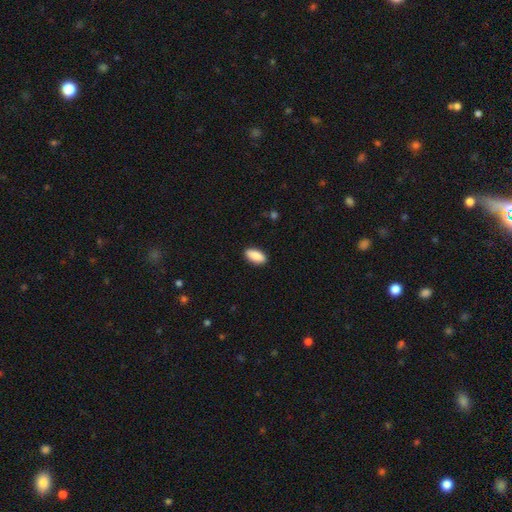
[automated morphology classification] smooth_or_featured: smooth (p=0.89) [alt: star or artifact p=0.06]
how_rounded: in between (p=0.90) [alt: cigar-shaped p=0.07]
merging: none (p=0.89) [alt: minor disturbance p=0.08]